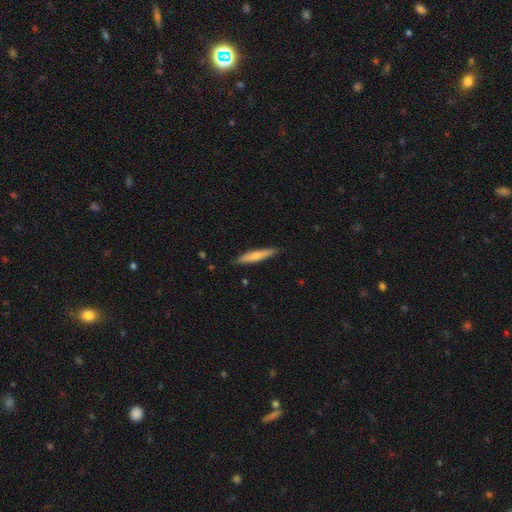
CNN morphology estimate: Smooth or featured: smooth — 66% (featured or disk — 29%)
How rounded: cigar-shaped — 89% (in between — 10%)
Merging: none — 87% (minor disturbance — 10%)